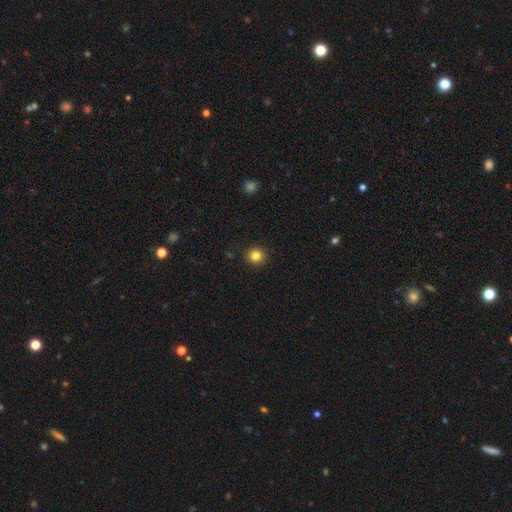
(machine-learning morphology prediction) The model was most divided on "smooth or featured": smooth: 83%, star or artifact: 12%, featured or disk: 5%. More confident: merging — none (92%); how rounded — round (91%).